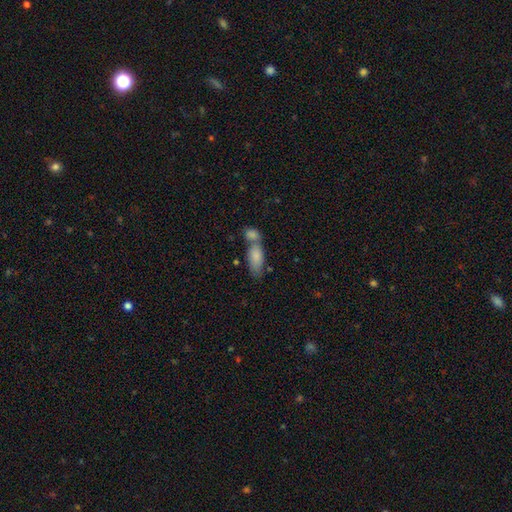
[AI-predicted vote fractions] Q: Smooth or featured?
A: smooth (82%); runner-up: featured or disk (11%)
Q: How rounded?
A: in between (84%); runner-up: cigar-shaped (12%)
Q: Merging?
A: merger (53%); runner-up: none (32%)